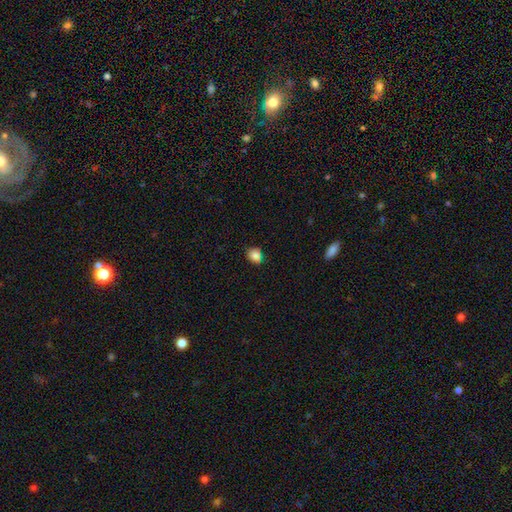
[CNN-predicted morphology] The model was most divided on "how rounded": round: 63%, in between: 36%, cigar-shaped: 1%. More confident: smooth or featured — smooth (84%); merging — none (76%).